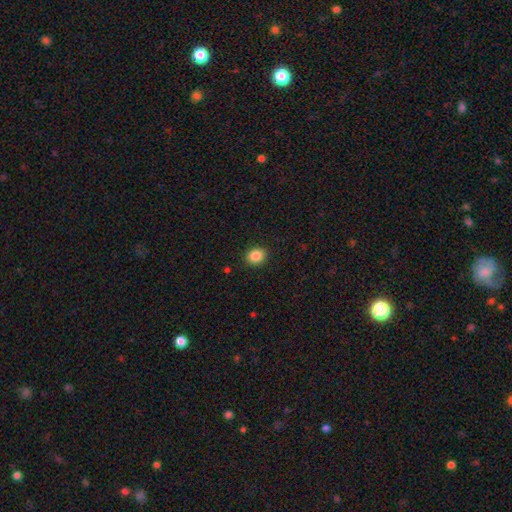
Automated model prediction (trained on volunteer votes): smooth-or-featured: smooth: 87% | star or artifact: 9% | featured or disk: 4%
  how-rounded: round: 59% | in between: 41% | cigar-shaped: 1%
  merging: none: 90% | minor disturbance: 7% | major disturbance: 2% | merger: 1%